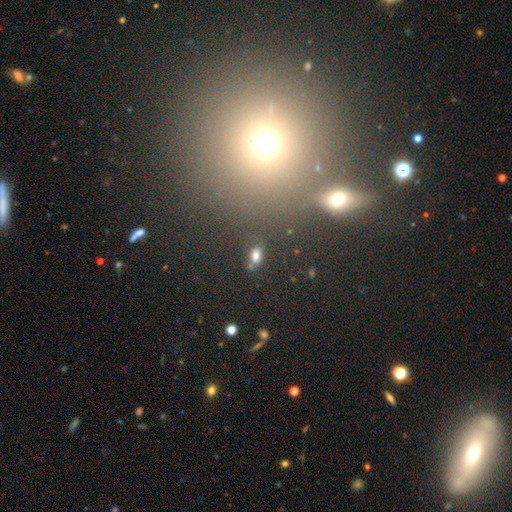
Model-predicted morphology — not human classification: Smooth or featured: smooth — 76% (star or artifact — 17%)
How rounded: in between — 83% (round — 14%)
Merging: none — 71% (minor disturbance — 13%)